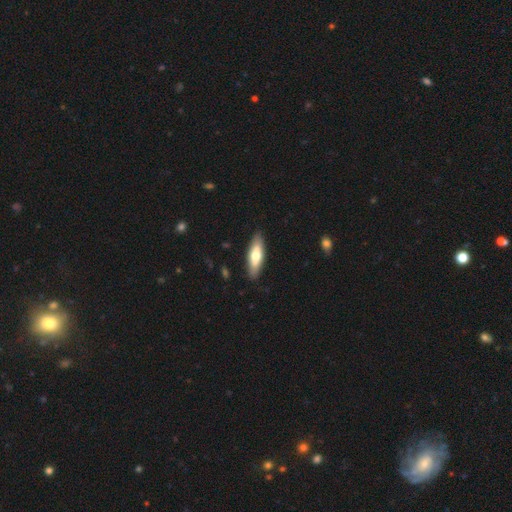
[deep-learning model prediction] This is likely a smooth galaxy (63%). How rounded: possibly in between (53%). Merging: clearly none (87%).